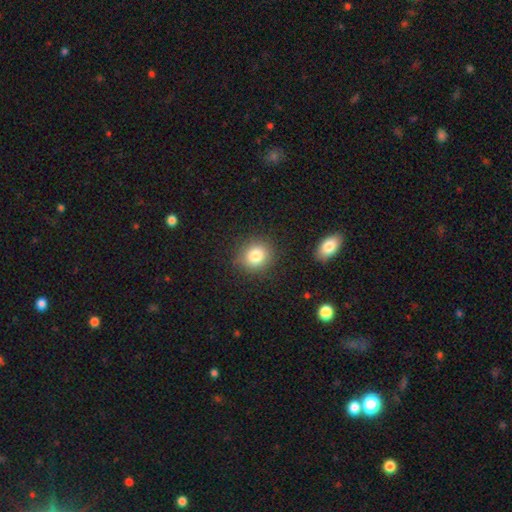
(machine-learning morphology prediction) A smooth galaxy with no disk features (82%) that is round (82%). Merging: none (87%).